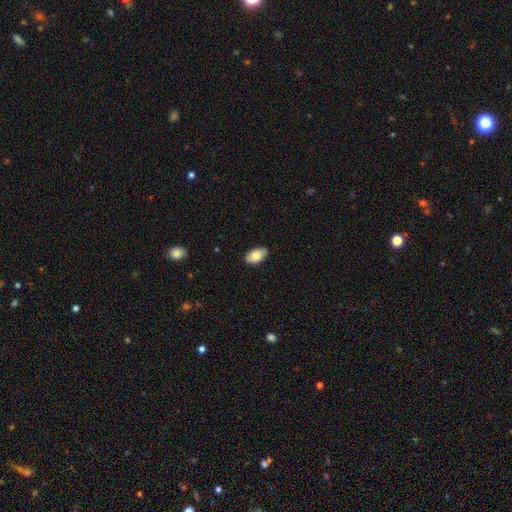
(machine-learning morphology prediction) A smooth galaxy with no disk features (82%) that is in between round and cigar-shaped (94%). Merging: none (84%).